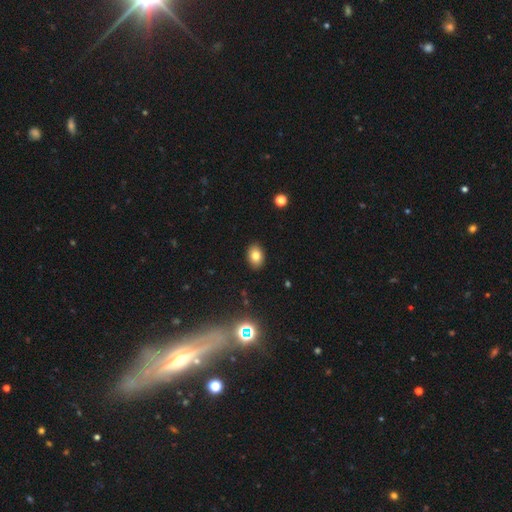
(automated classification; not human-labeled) This appears to be a smooth galaxy with no disk features (80%) that is in between round and cigar-shaped (79%). Merging: none (89%).